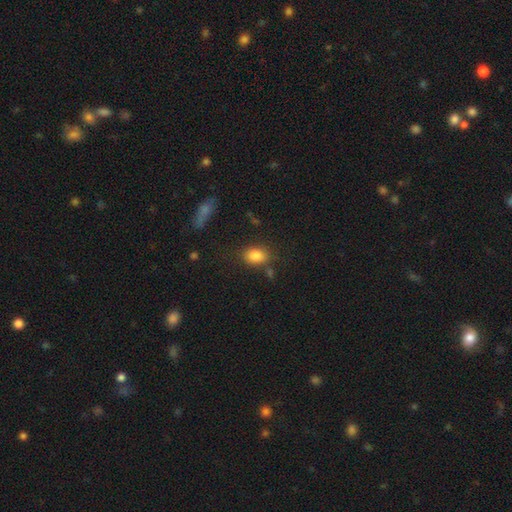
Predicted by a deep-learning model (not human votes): smooth_or_featured: smooth (p=0.84) [alt: star or artifact p=0.10]
how_rounded: in between (p=0.72) [alt: round p=0.26]
merging: none (p=0.74) [alt: minor disturbance p=0.15]